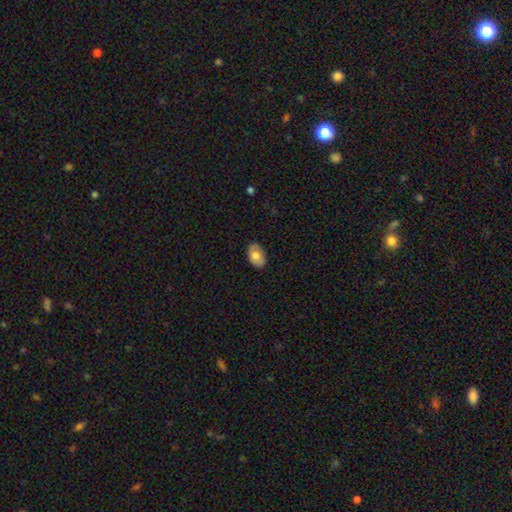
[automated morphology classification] Smooth or featured? smooth (68%)
How rounded? in between (89%)
Merging? none (82%)